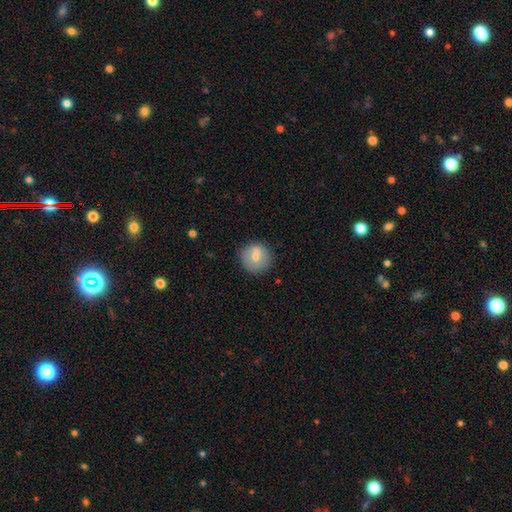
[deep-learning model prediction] smooth 68%, featured or disk 24%, star or artifact 8%. Down the decision tree: how rounded — round (92%); merging — none (69%).